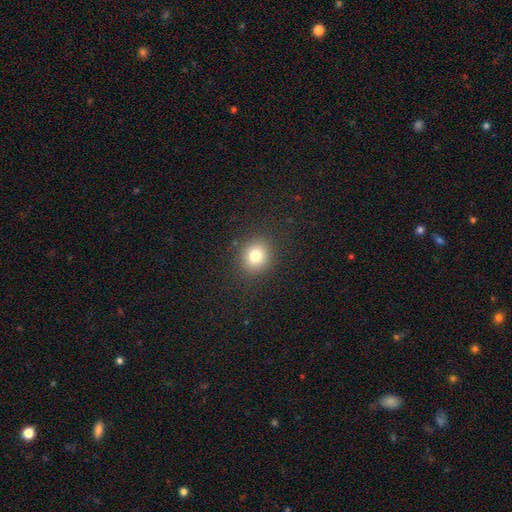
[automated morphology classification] Smooth or featured? Predicted: smooth (p=0.79). How rounded? Predicted: round (p=0.81). Merging? Predicted: none (p=0.89).